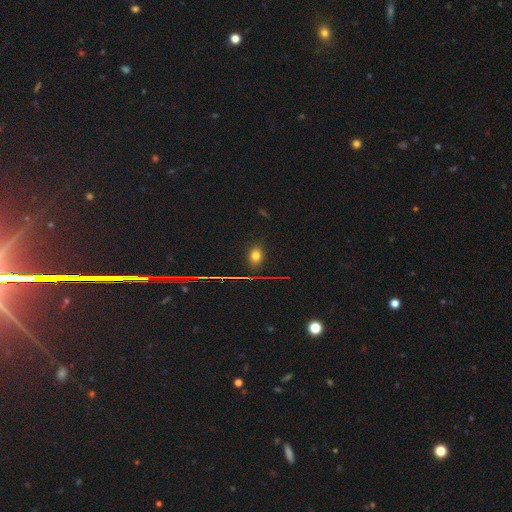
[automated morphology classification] Smooth or featured: smooth — 72% (star or artifact — 19%)
How rounded: in between — 61% (round — 37%)
Merging: none — 84% (minor disturbance — 11%)